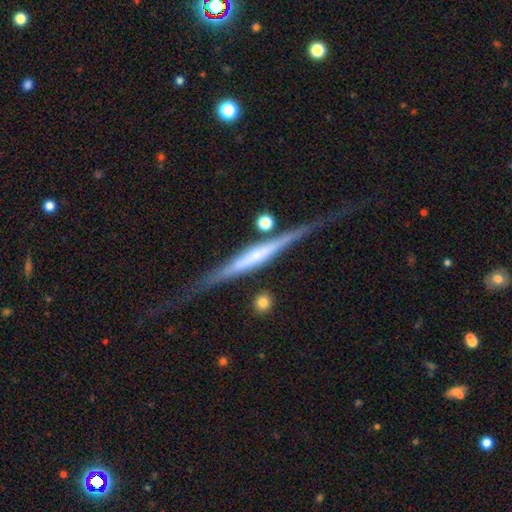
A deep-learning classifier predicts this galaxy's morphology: This is likely a featured or disk galaxy (77%). It is clearly viewed edge-on (97%). Edge-on bulge: marginally rounded (40%). Merging: likely none (73%).